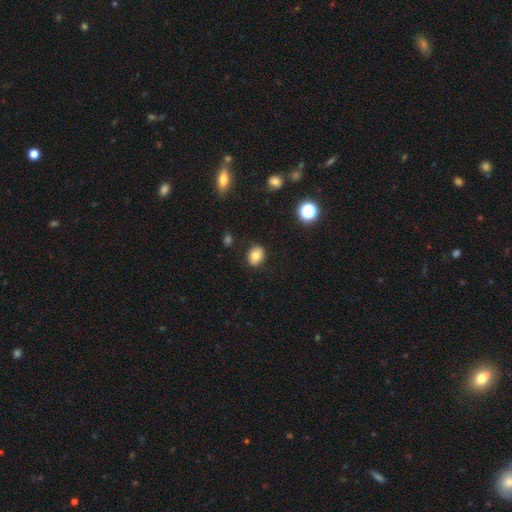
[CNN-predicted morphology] type=smooth (77%); roundness=round (56%); merging=none (86%).